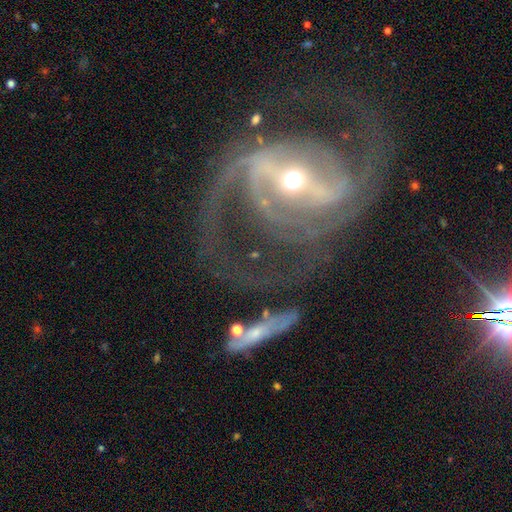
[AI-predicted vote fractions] Overall: featured or disk (91%). Edge-on disk: no (97%). Bar: strong (66%). Spiral arms: yes (97%). Spiral arm count: 2 (83%). Spiral winding: medium (54%; loose 27%). Bulge size: moderate (52%; small 43%). Merging: none (56%; major disturbance 23%).